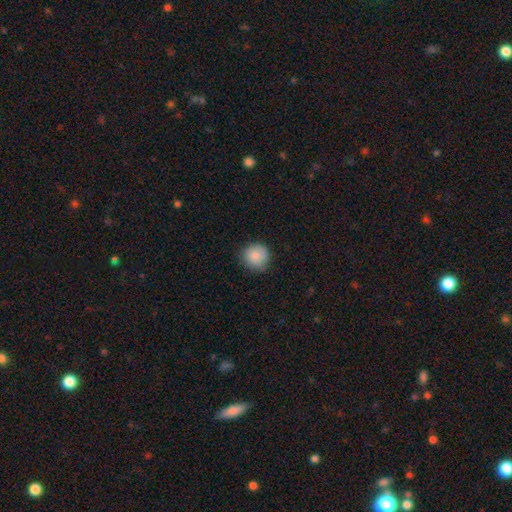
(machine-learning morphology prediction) smooth_or_featured: smooth (p=0.87) [alt: star or artifact p=0.08]
how_rounded: round (p=0.91) [alt: in between p=0.08]
merging: none (p=0.78) [alt: minor disturbance p=0.18]